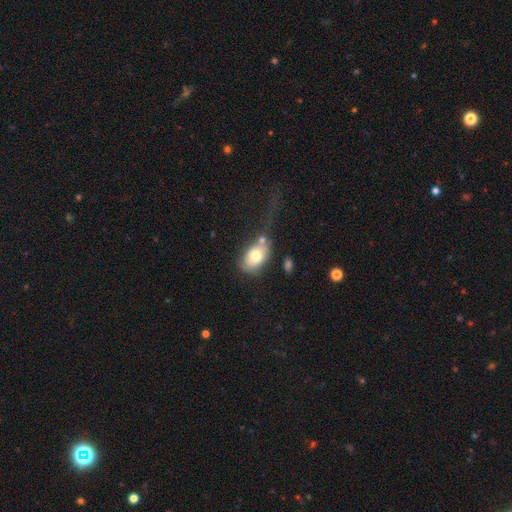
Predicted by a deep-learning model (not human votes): This is likely a smooth galaxy (74%). How rounded: clearly in between (85%). Merging: marginally none (41%).